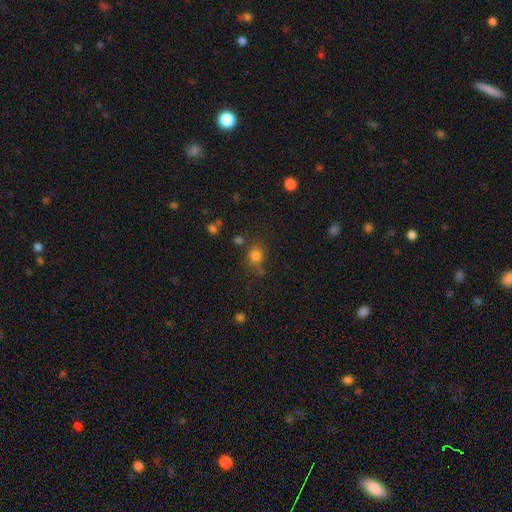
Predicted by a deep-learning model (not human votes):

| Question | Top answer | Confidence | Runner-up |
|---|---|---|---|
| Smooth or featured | smooth | 79% | star or artifact (15%) |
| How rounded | round | 70% | in between (29%) |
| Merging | none | 68% | minor disturbance (16%) |